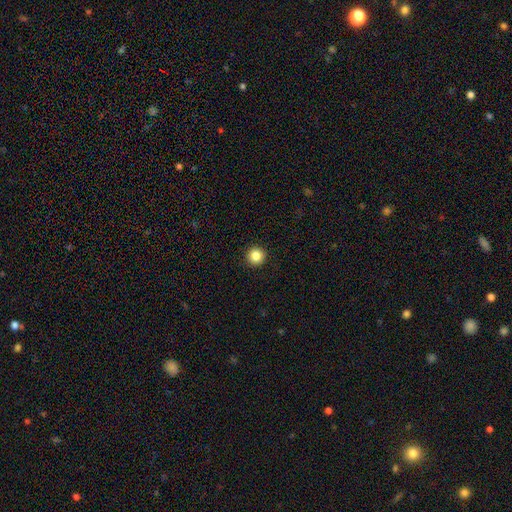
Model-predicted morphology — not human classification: A smooth galaxy with no disk features (85%) that is round (96%). Merging: none (94%).